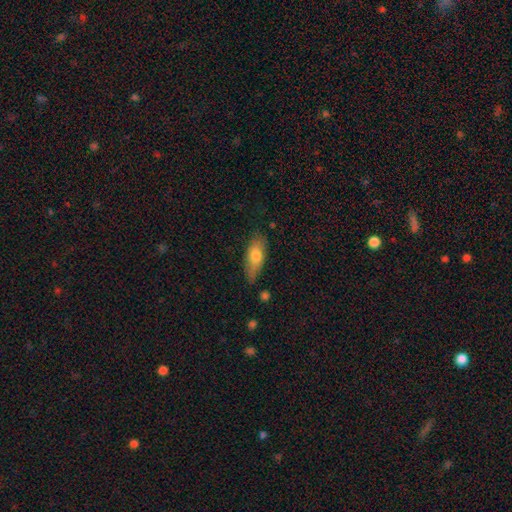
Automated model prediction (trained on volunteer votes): Morphology: type=smooth (70%); roundness=in between (68%); merging=none (73%).